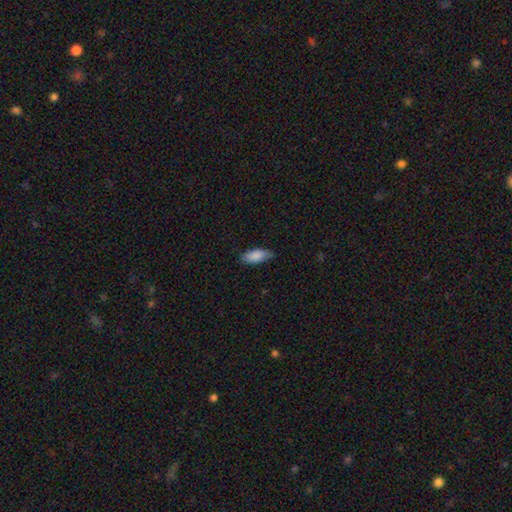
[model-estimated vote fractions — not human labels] smooth 87%, featured or disk 7%, star or artifact 6%. Down the decision tree: how rounded — in between (82%); merging — none (74%).